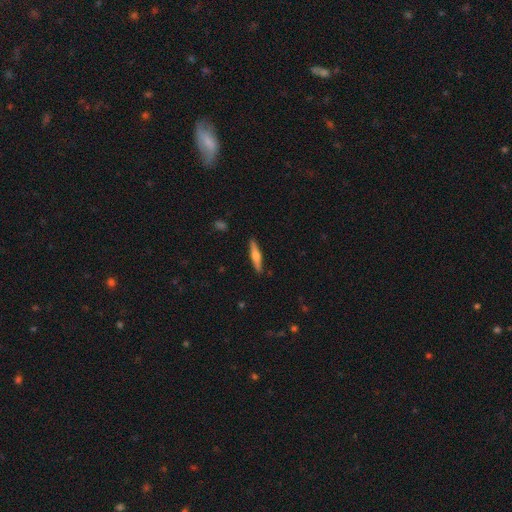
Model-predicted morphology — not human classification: This is possibly a featured or disk galaxy (49%). Merging: clearly none (90%).